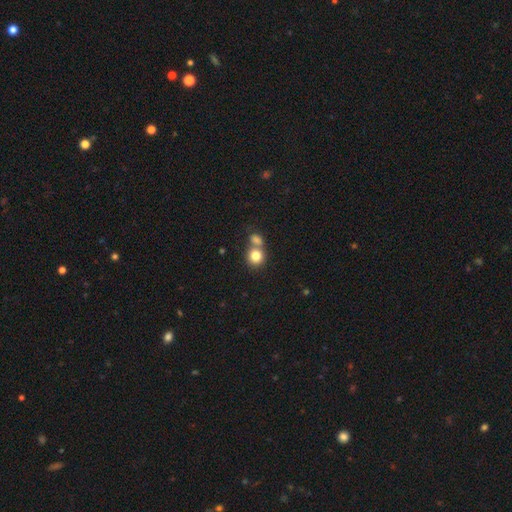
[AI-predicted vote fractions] A smooth galaxy with no disk features (81%) that is round (83%).

Vote fractions:
- Smooth or featured? smooth: 81% / star or artifact: 10% / featured or disk: 9%
- How rounded? round: 83% / in between: 16% / cigar-shaped: 1%
- Merging? none: 47% / merger: 43% / minor disturbance: 8% / major disturbance: 3%